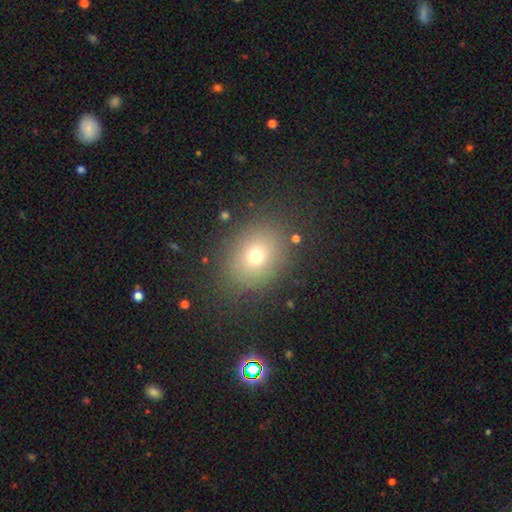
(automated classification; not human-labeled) This is likely a smooth galaxy (70%). How rounded: possibly round (54%). Merging: clearly none (83%).